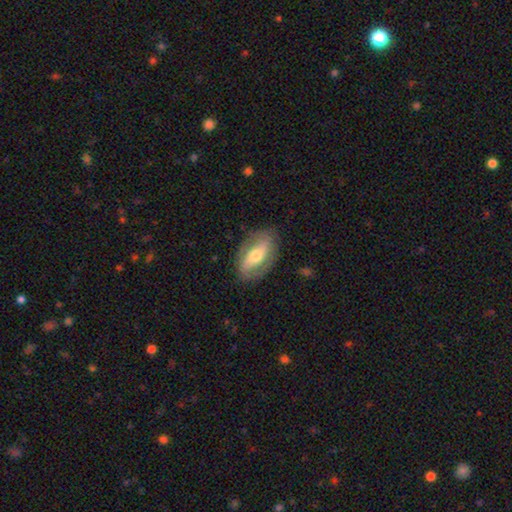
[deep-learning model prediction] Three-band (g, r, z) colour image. It shows a featured or disk galaxy (63%) with a strong bar (44%), spiral arms (66%) and a moderate central bulge (66%). Merging: none (81%).